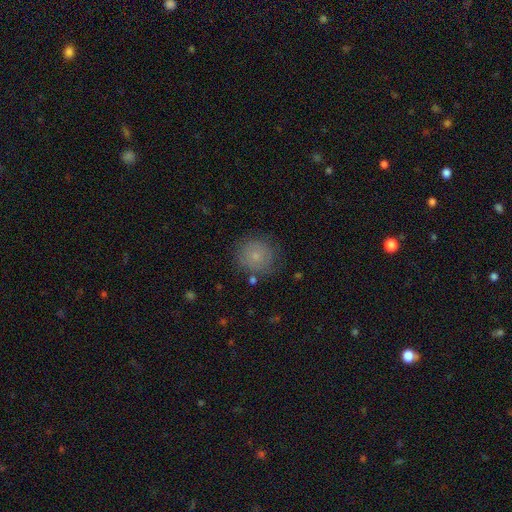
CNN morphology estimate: A smooth galaxy with no disk features (74%) that is round (91%).

Vote fractions:
- Smooth or featured? smooth: 74% / featured or disk: 16% / star or artifact: 10%
- How rounded? round: 91% / in between: 8% / cigar-shaped: 1%
- Merging? none: 78% / minor disturbance: 15% / major disturbance: 5% / merger: 2%